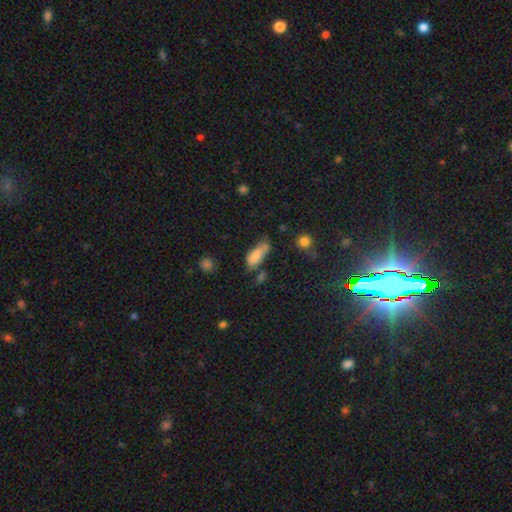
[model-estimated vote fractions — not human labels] Smooth or featured? smooth (78%)
How rounded? in between (76%)
Merging? none (41%)